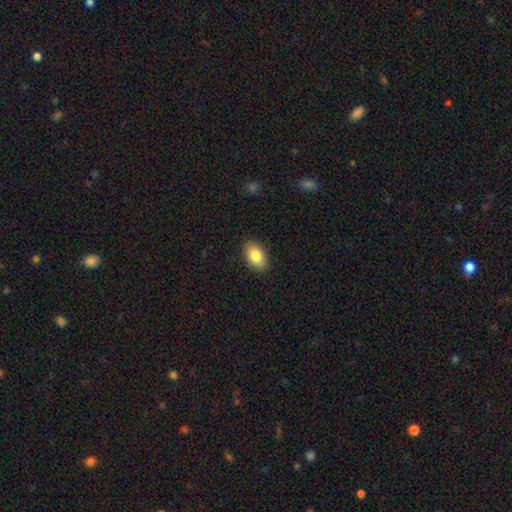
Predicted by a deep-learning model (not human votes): Q: Smooth or featured?
A: smooth (85%); runner-up: featured or disk (8%)
Q: How rounded?
A: in between (91%); runner-up: round (7%)
Q: Merging?
A: none (89%); runner-up: minor disturbance (8%)